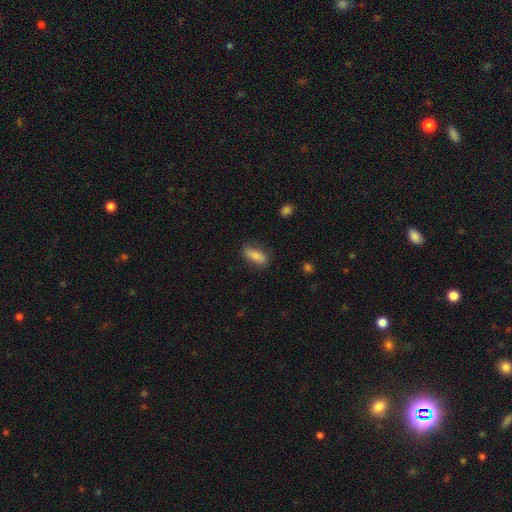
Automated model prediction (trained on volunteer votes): smooth-or-featured: smooth: 80% | featured or disk: 13% | star or artifact: 7%
  how-rounded: in between: 73% | cigar-shaped: 25% | round: 3%
  merging: none: 76% | minor disturbance: 18% | major disturbance: 4% | merger: 1%